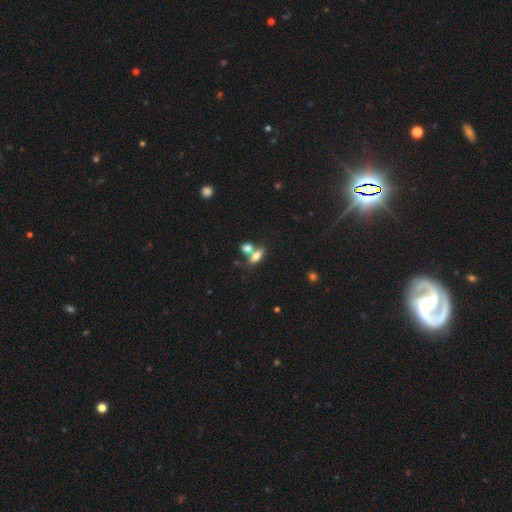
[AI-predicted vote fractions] A smooth galaxy with no disk features (73%) that is in between round and cigar-shaped (78%). Merging: merger (47%).